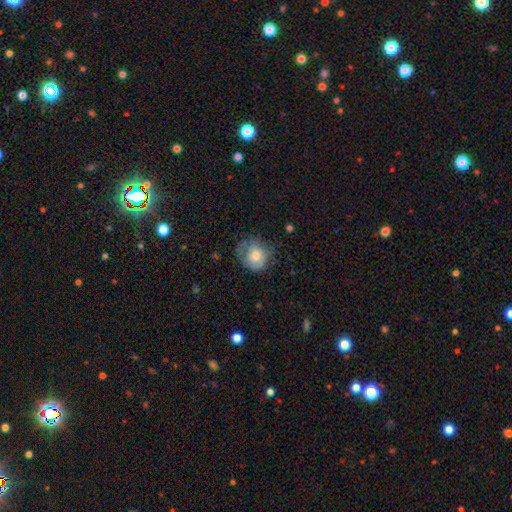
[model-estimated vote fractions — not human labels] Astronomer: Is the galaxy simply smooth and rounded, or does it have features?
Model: smooth — 68%.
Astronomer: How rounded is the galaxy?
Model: round — 78%.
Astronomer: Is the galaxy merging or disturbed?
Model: none — 55%.